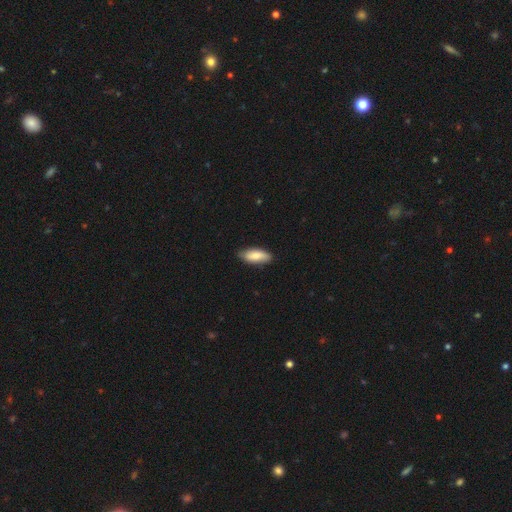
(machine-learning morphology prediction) Smooth or featured?
  - smooth: 79% *
  - featured or disk: 16%
  - star or artifact: 6%
How rounded?
  - in between: 77% *
  - cigar-shaped: 20%
  - round: 2%
Merging?
  - none: 82% *
  - minor disturbance: 15%
  - major disturbance: 2%
  - merger: 1%